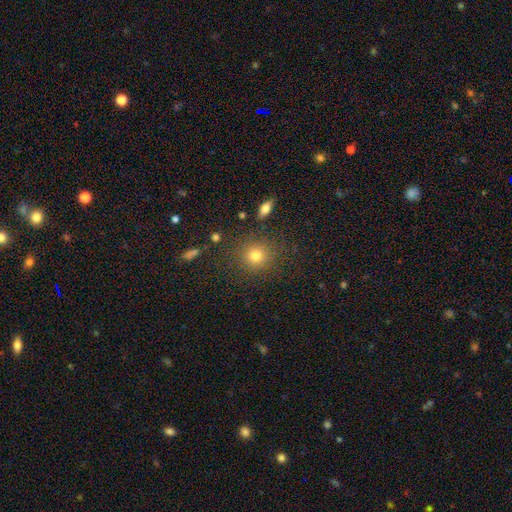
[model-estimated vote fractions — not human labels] smooth 78%, star or artifact 14%, featured or disk 8%. Down the decision tree: how rounded — round (89%); merging — none (85%).